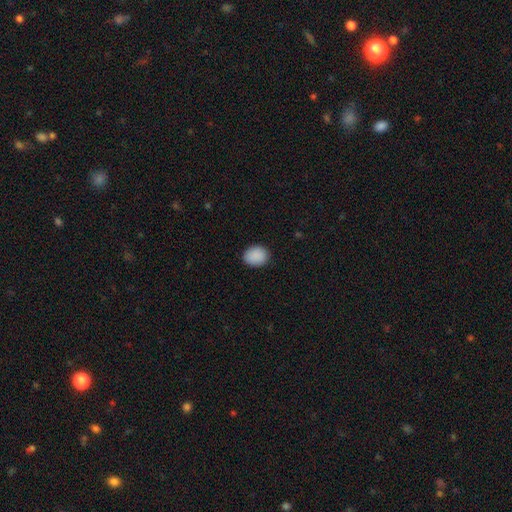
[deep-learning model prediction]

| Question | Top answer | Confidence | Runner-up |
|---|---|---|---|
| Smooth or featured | smooth | 90% | star or artifact (7%) |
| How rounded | in between | 54% | round (45%) |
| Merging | none | 87% | minor disturbance (10%) |